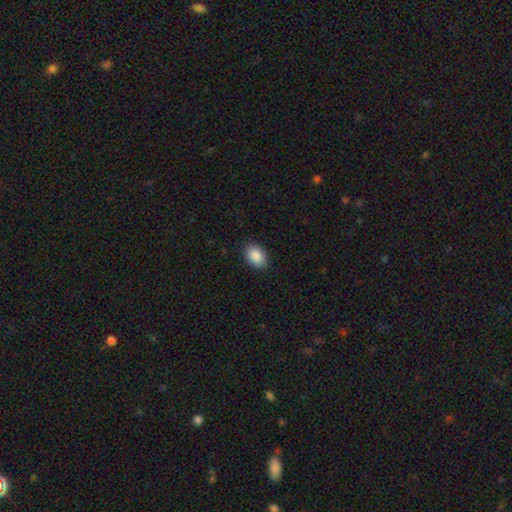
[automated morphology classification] The model was most divided on "how rounded": in between: 78%, round: 21%, cigar-shaped: 1%. More confident: smooth or featured — smooth (89%); merging — none (88%).